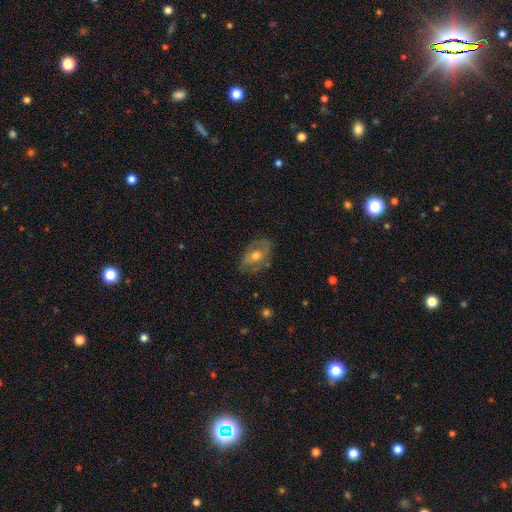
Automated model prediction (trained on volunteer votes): Overall: featured or disk (51%; smooth 41%). Edge-on disk: no (90%). Merging: none (71%).